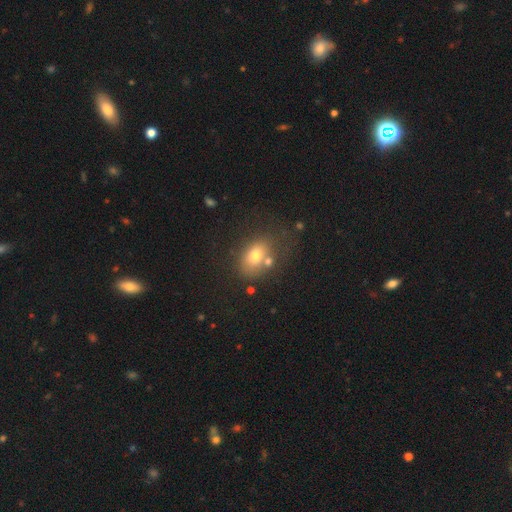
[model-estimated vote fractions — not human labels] Smooth or featured? smooth (70%)
How rounded? in between (70%)
Merging? none (53%)